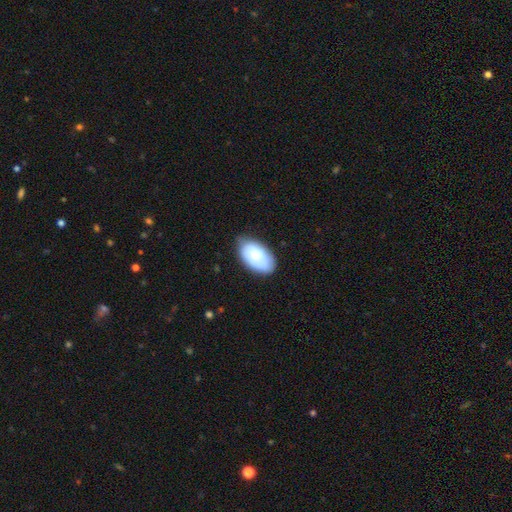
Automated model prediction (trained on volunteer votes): A smooth galaxy with no disk features (73%) that is in between round and cigar-shaped (94%).

Vote fractions:
- Smooth or featured? smooth: 73% / featured or disk: 21% / star or artifact: 6%
- How rounded? in between: 94% / round: 4% / cigar-shaped: 1%
- Merging? none: 74% / minor disturbance: 21% / major disturbance: 4% / merger: 1%